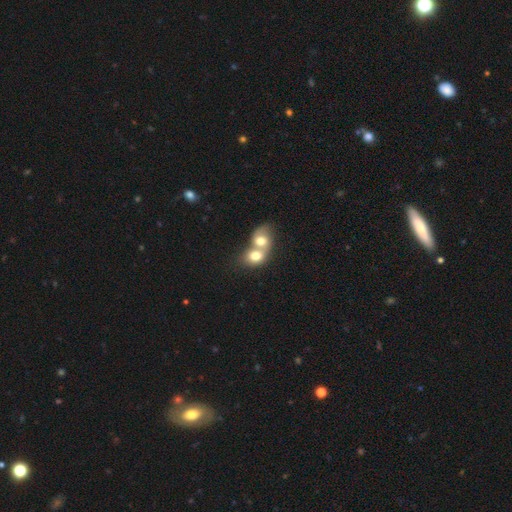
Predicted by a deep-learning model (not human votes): This appears to be a smooth galaxy with no disk features (69%) that is round (51%). Merging: merger (80%).